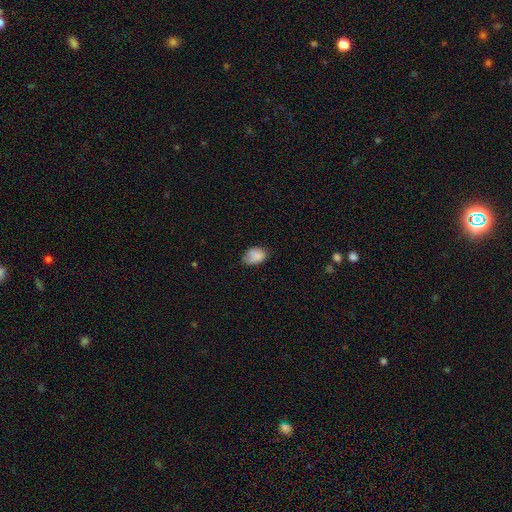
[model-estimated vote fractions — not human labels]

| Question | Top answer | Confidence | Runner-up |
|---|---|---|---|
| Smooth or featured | smooth | 85% | star or artifact (8%) |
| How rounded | in between | 83% | round (16%) |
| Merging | none | 59% | minor disturbance (33%) |